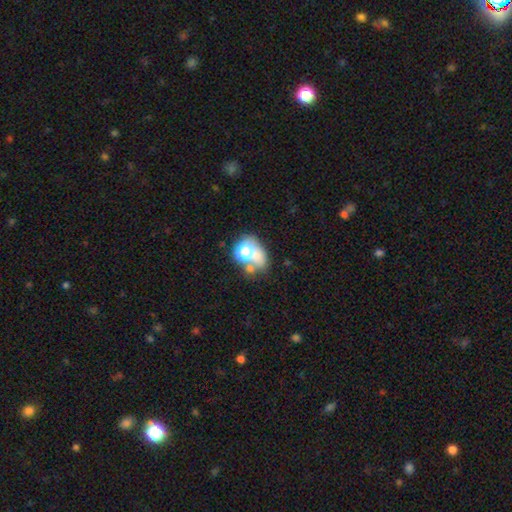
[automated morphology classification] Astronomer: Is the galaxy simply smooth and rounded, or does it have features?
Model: smooth — 51% (runner-up: star or artifact, 29%).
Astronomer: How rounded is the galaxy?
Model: round — 50% (runner-up: in between, 48%).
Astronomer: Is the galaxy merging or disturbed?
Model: none — 38% (runner-up: merger, 34%).